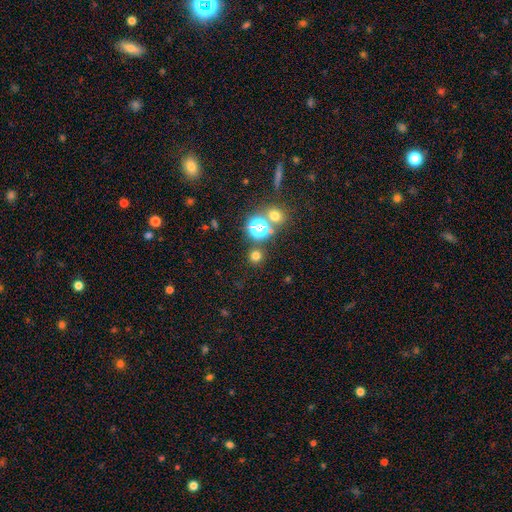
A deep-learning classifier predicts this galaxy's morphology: smooth-or-featured: smooth: 69% | star or artifact: 26% | featured or disk: 5%
  how-rounded: round: 93% | in between: 6% | cigar-shaped: 1%
  merging: none: 85% | merger: 7% | minor disturbance: 6% | major disturbance: 3%